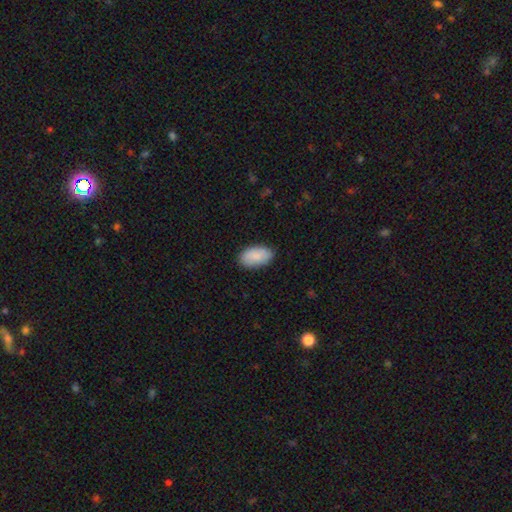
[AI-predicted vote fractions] smooth 88%, featured or disk 6%, star or artifact 6%. Down the decision tree: how rounded — in between (95%); merging — none (84%).